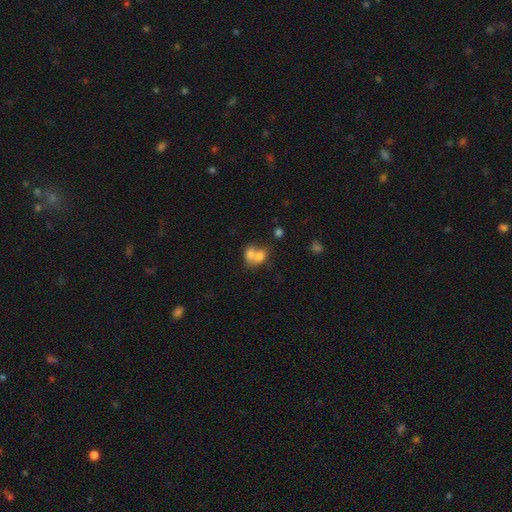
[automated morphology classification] smooth 72%, featured or disk 19%, star or artifact 10%. Down the decision tree: how rounded — in between (54%); merging — merger (72%).